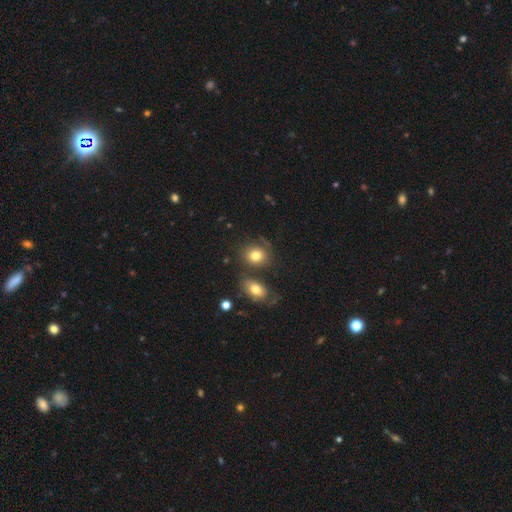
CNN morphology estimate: smooth_or_featured: smooth (p=0.77) [alt: featured or disk p=0.13]
how_rounded: round (p=0.64) [alt: in between p=0.35]
merging: none (p=0.59) [alt: merger p=0.17]